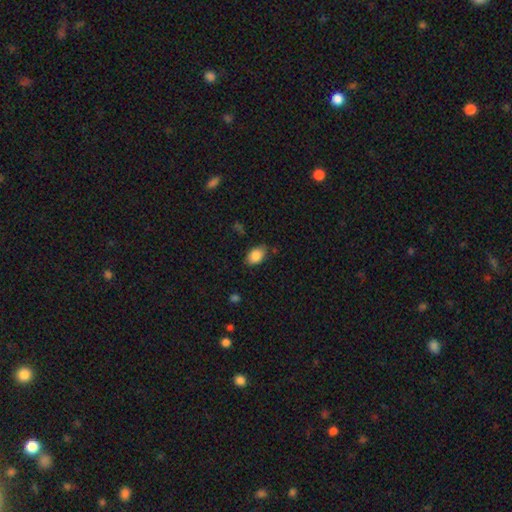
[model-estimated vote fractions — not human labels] Smooth or featured? smooth (86%)
How rounded? in between (86%)
Merging? none (78%)